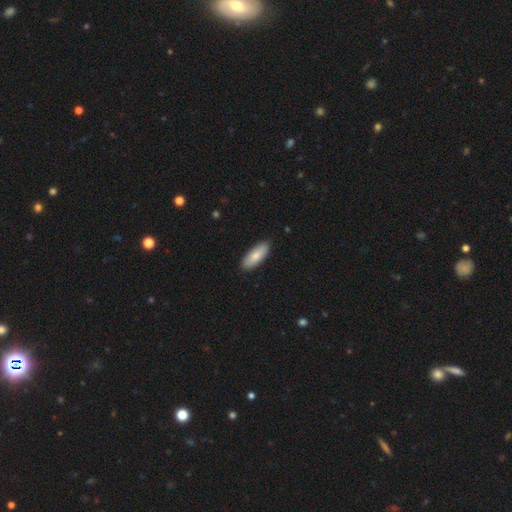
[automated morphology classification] A smooth galaxy with no disk features (82%) that is in between round and cigar-shaped (72%).

Vote fractions:
- Smooth or featured? smooth: 82% / featured or disk: 13% / star or artifact: 5%
- How rounded? in between: 72% / cigar-shaped: 26% / round: 2%
- Merging? none: 89% / minor disturbance: 8% / major disturbance: 2% / merger: 1%